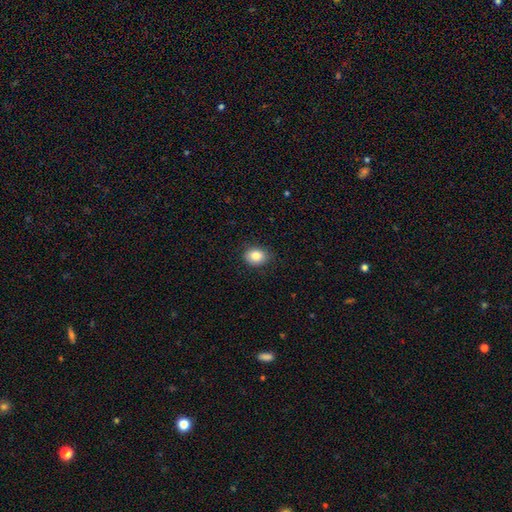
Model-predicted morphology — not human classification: type=smooth (85%); roundness=in between (55%); merging=none (84%).